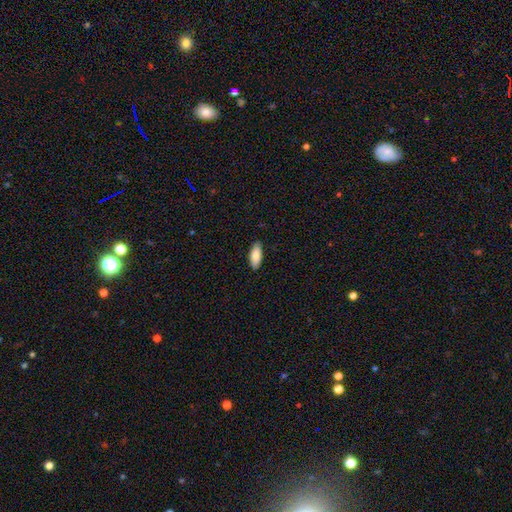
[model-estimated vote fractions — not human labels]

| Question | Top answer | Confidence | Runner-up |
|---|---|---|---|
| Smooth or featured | smooth | 82% | featured or disk (12%) |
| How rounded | in between | 81% | cigar-shaped (17%) |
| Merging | none | 88% | minor disturbance (9%) |